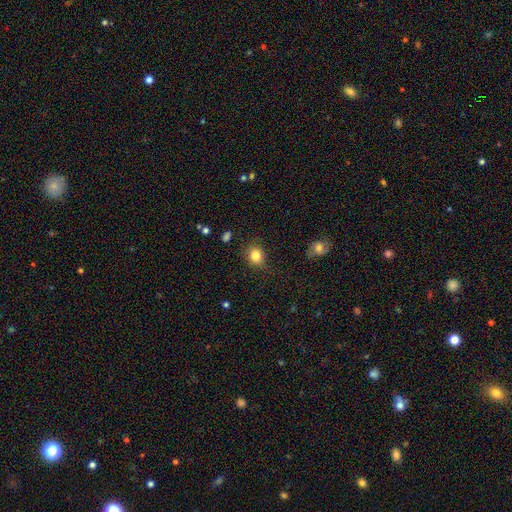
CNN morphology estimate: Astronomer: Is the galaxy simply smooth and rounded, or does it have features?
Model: smooth — 83%.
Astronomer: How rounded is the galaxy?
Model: round — 69%.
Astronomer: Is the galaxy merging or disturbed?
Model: none — 78%.